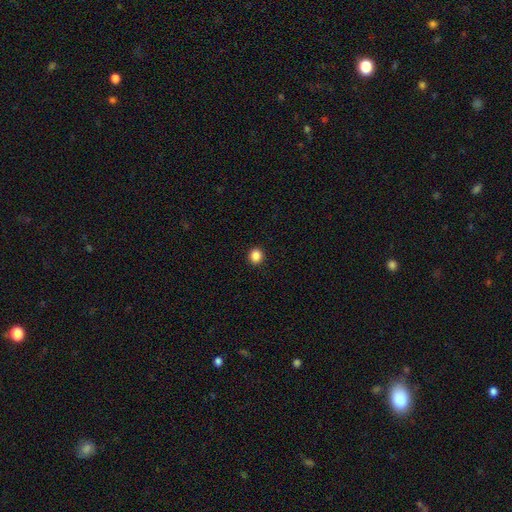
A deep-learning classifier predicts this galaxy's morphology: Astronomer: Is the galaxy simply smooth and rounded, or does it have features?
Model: smooth — 86%.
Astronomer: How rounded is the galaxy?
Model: round — 87%.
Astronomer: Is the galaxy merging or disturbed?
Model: none — 93%.